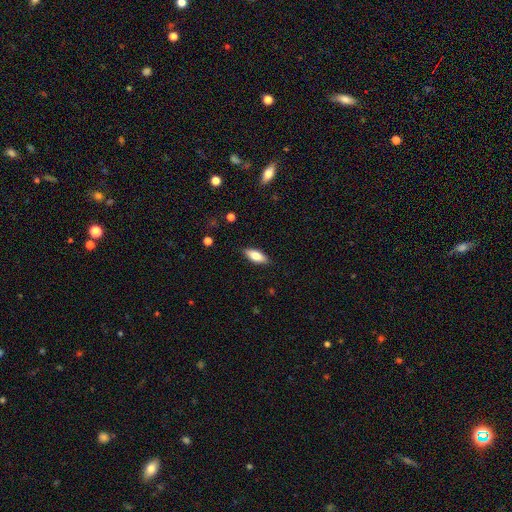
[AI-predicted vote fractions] smooth 76%, featured or disk 18%, star or artifact 6%. Down the decision tree: how rounded — in between (78%); merging — none (87%).